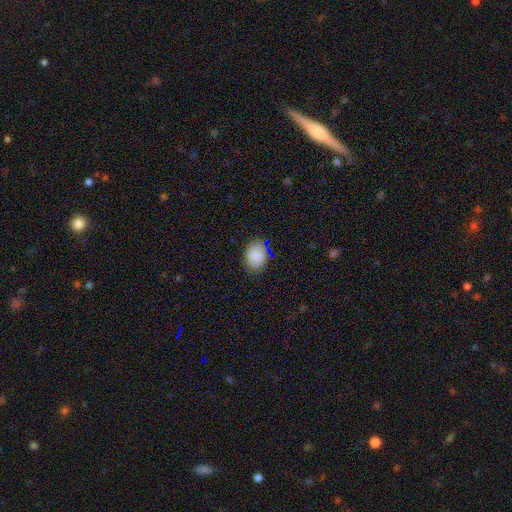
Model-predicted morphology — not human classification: smooth 85%, star or artifact 10%, featured or disk 5%. Down the decision tree: how rounded — in between (72%); merging — none (81%).